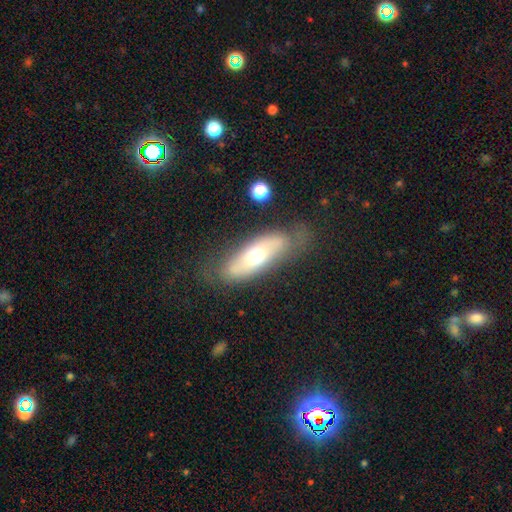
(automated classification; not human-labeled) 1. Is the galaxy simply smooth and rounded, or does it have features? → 49% smooth, 45% featured or disk, 7% star or artifact.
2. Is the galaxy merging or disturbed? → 65% none, 22% minor disturbance, 10% major disturbance, 3% merger.